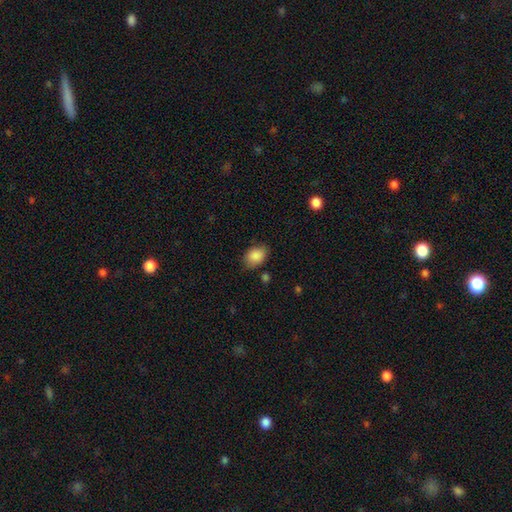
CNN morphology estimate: A smooth galaxy with no disk features (88%) that is in between round and cigar-shaped (80%).

Vote fractions:
- Smooth or featured? smooth: 88% / star or artifact: 7% / featured or disk: 5%
- How rounded? in between: 80% / round: 19% / cigar-shaped: 1%
- Merging? none: 77% / minor disturbance: 17% / major disturbance: 4% / merger: 2%